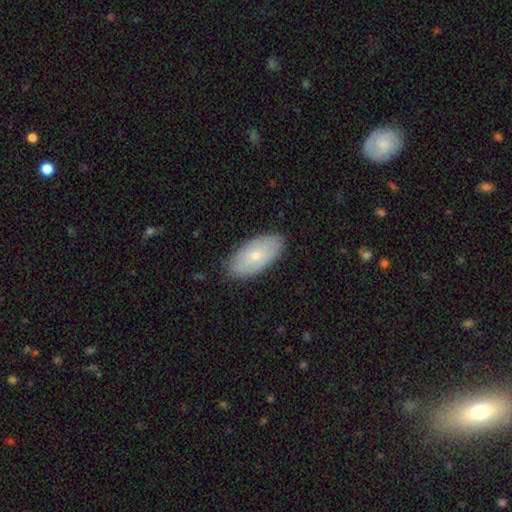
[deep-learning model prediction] Morphology: type=smooth (65%); roundness=in between (93%); merging=none (85%).